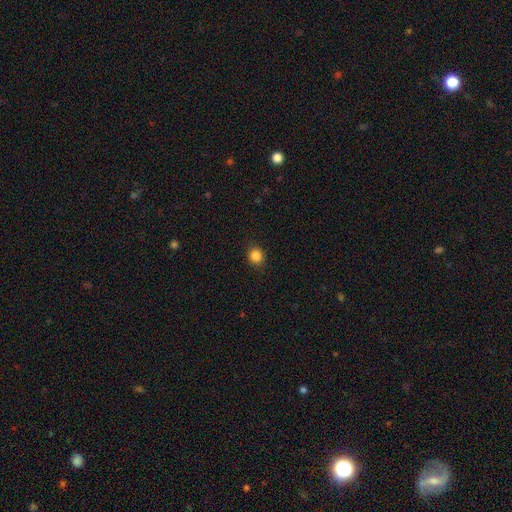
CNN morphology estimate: Smooth or featured?
  - smooth: 86% *
  - star or artifact: 11%
  - featured or disk: 3%
How rounded?
  - round: 89% *
  - in between: 10%
  - cigar-shaped: 1%
Merging?
  - none: 90% *
  - minor disturbance: 7%
  - major disturbance: 2%
  - merger: 1%